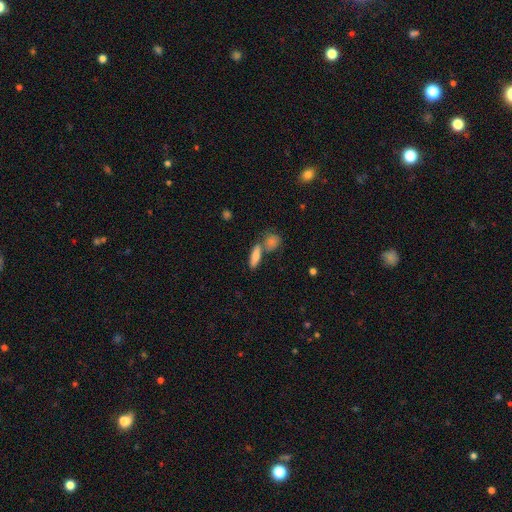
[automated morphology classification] This appears to be a smooth galaxy with no disk features (75%) that is in between round and cigar-shaped (48%). Merging: none (56%).